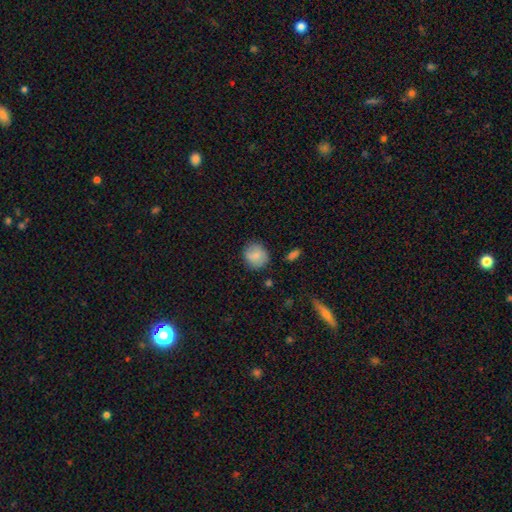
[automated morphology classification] Overall: smooth (82%). How rounded: round (85%). Merging: none (82%).